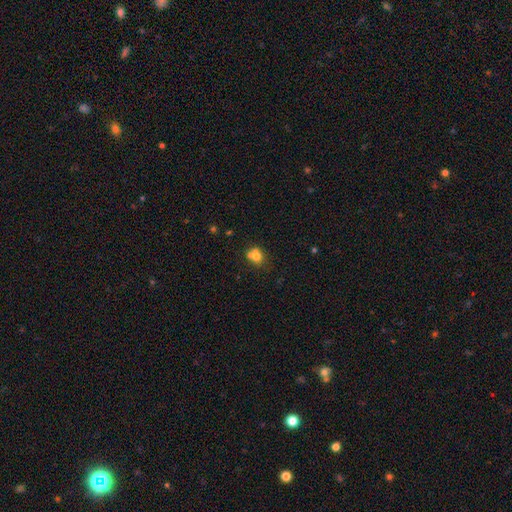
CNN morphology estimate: A smooth galaxy with no disk features (69%) that is round (66%).

Vote fractions:
- Smooth or featured? smooth: 69% / featured or disk: 18% / star or artifact: 13%
- How rounded? round: 66% / in between: 33% / cigar-shaped: 1%
- Merging? merger: 48% / none: 36% / minor disturbance: 11% / major disturbance: 5%